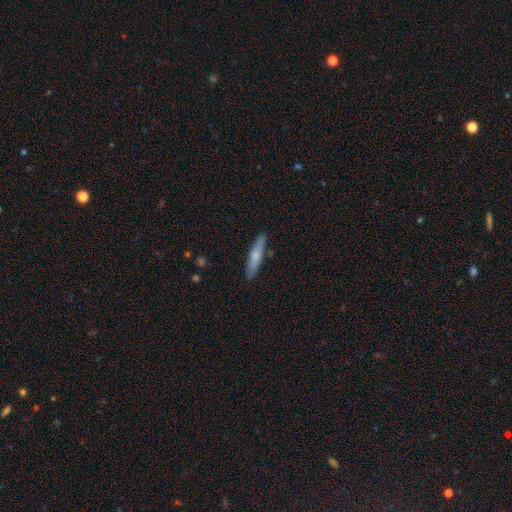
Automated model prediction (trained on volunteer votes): smooth-or-featured: smooth: 68% | featured or disk: 27% | star or artifact: 6%
  how-rounded: cigar-shaped: 85% | in between: 14% | round: 1%
  merging: none: 86% | minor disturbance: 10% | major disturbance: 2% | merger: 2%